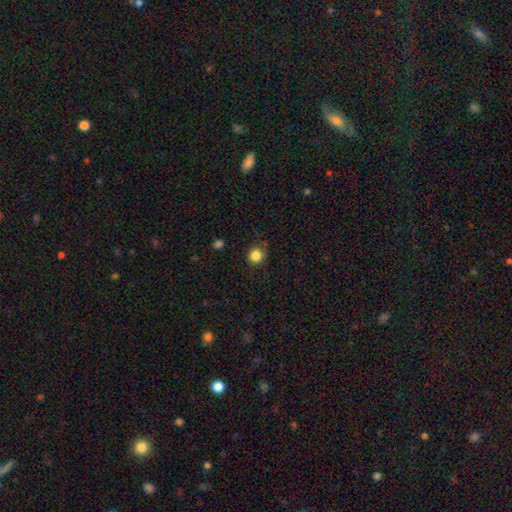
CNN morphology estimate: Overall: smooth (85%). How rounded: round (91%). Merging: none (85%).